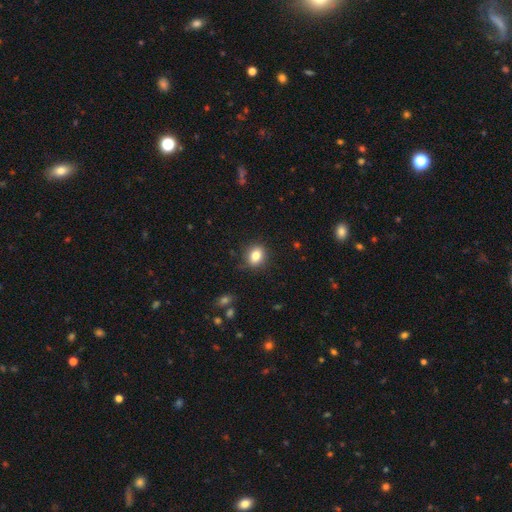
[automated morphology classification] type=smooth (83%); roundness=round (55%); merging=none (86%).